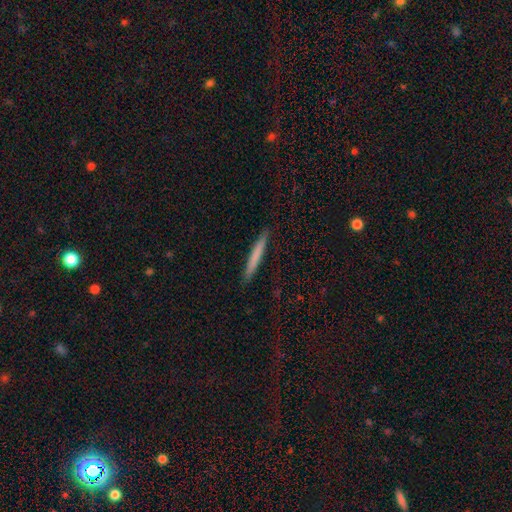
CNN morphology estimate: smooth_or_featured: smooth (p=0.70) [alt: featured or disk p=0.25]
how_rounded: cigar-shaped (p=0.97) [alt: in between p=0.02]
merging: none (p=0.91) [alt: minor disturbance p=0.06]